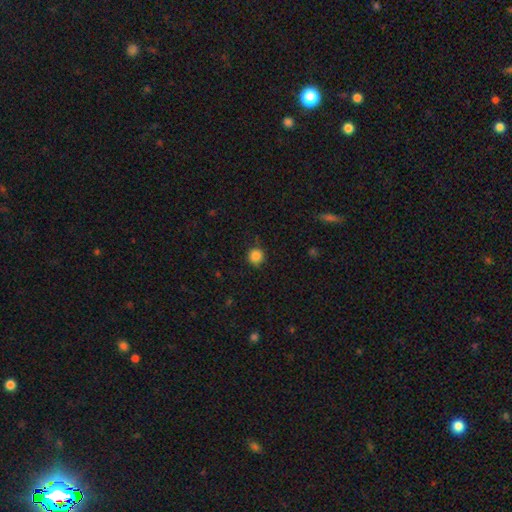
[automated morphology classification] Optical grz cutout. It shows a smooth galaxy with no disk features (86%) that is round (93%). Merging: none (82%).